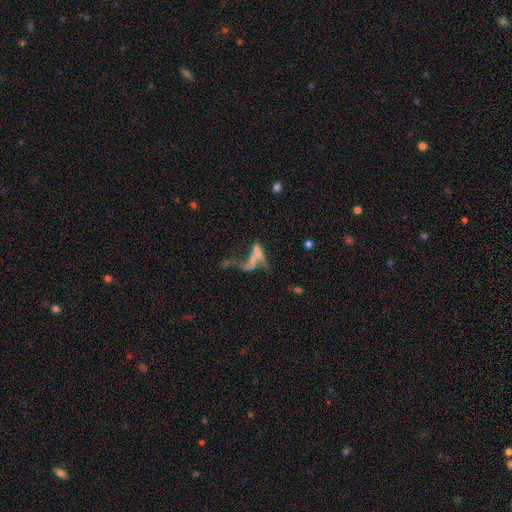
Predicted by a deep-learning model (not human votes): smooth_or_featured: featured or disk (p=0.44) [alt: smooth p=0.39]
merging: merger (p=0.54) [alt: major disturbance p=0.25]